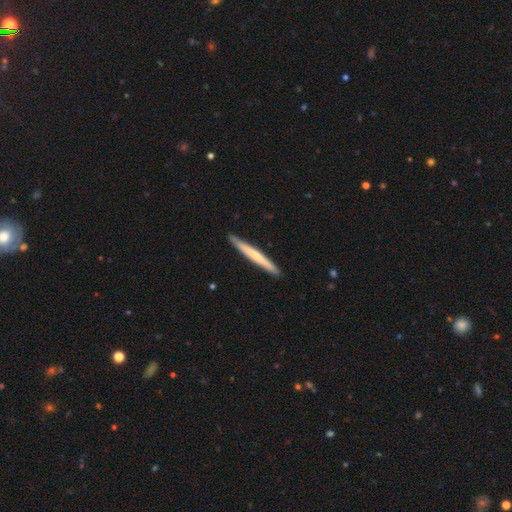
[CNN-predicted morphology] Smooth or featured: smooth — 58% (featured or disk — 37%)
How rounded: cigar-shaped — 97% (in between — 2%)
Merging: none — 91% (minor disturbance — 7%)